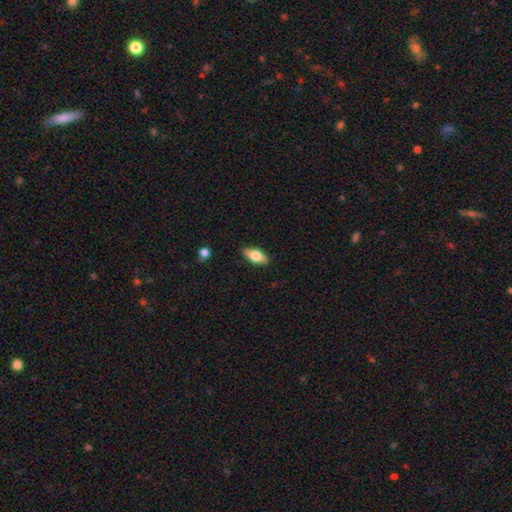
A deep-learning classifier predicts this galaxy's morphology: Smooth or featured: smooth — 70% (featured or disk — 23%)
How rounded: in between — 84% (cigar-shaped — 13%)
Merging: none — 88% (minor disturbance — 9%)